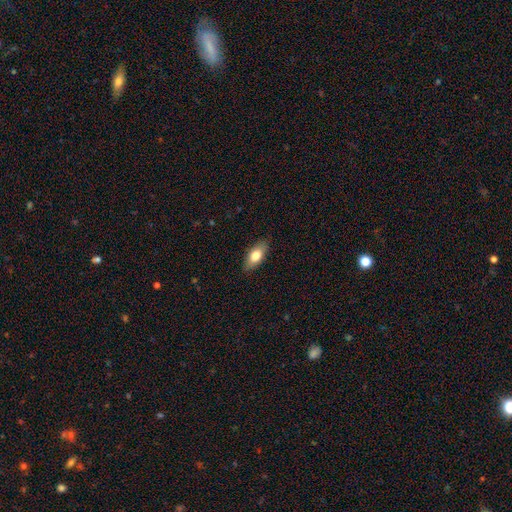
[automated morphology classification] Smooth or featured? Predicted: smooth (p=0.77). How rounded? Predicted: in between (p=0.85). Merging? Predicted: none (p=0.87).